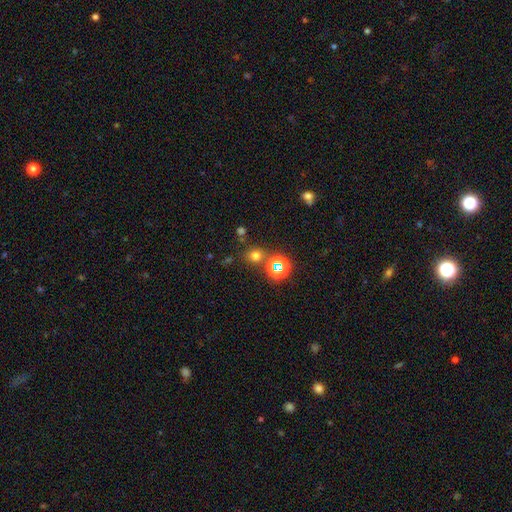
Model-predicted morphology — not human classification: smooth_or_featured: smooth (p=0.66) [alt: star or artifact p=0.28]
how_rounded: round (p=0.83) [alt: in between p=0.16]
merging: none (p=0.78) [alt: merger p=0.09]